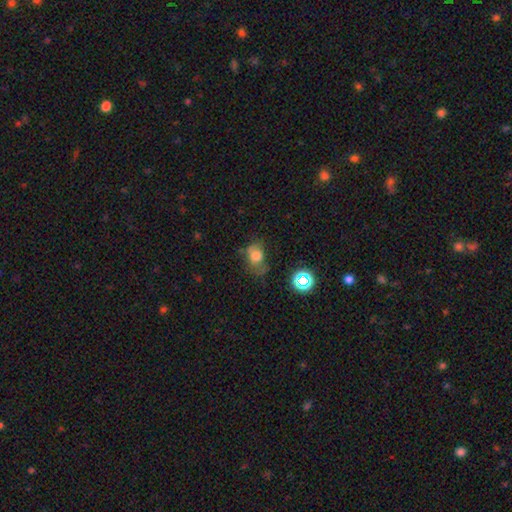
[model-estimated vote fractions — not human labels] This is likely a smooth galaxy (67%). How rounded: likely in between (61%). Merging: marginally none (43%).